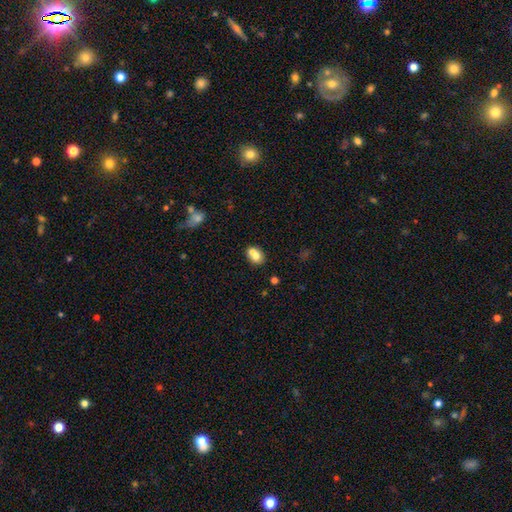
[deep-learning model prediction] Q: Smooth or featured?
A: smooth (70%); runner-up: featured or disk (20%)
Q: How rounded?
A: in between (50%); runner-up: round (49%)
Q: Merging?
A: merger (56%); runner-up: none (32%)